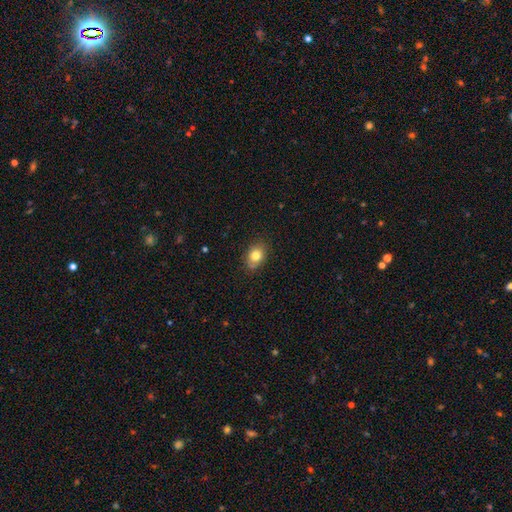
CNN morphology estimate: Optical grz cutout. It shows a smooth galaxy with no disk features (79%) that is in between round and cigar-shaped (67%). Merging: none (79%).